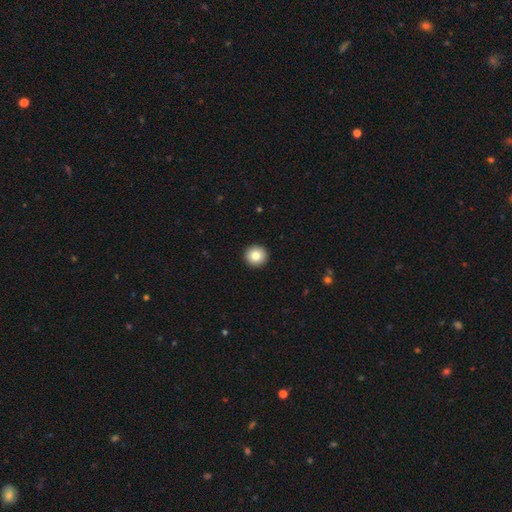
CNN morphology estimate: Smooth or featured?
  - smooth: 83% *
  - star or artifact: 9%
  - featured or disk: 8%
How rounded?
  - round: 95% *
  - in between: 4%
  - cigar-shaped: 1%
Merging?
  - none: 94% *
  - minor disturbance: 4%
  - major disturbance: 1%
  - merger: 1%